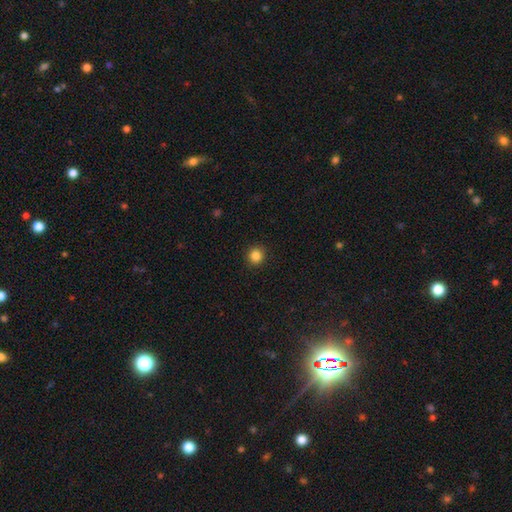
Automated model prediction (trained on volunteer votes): Q: Smooth or featured?
A: smooth (85%); runner-up: star or artifact (11%)
Q: How rounded?
A: round (91%); runner-up: in between (8%)
Q: Merging?
A: none (92%); runner-up: minor disturbance (6%)